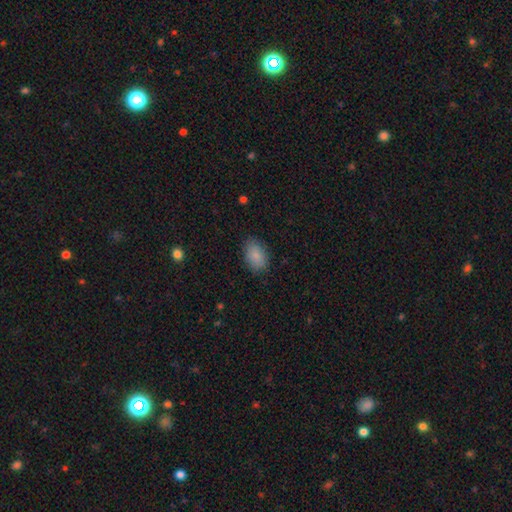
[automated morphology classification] Smooth or featured?
  - smooth: 87% *
  - star or artifact: 7%
  - featured or disk: 6%
How rounded?
  - in between: 89% *
  - round: 10%
  - cigar-shaped: 1%
Merging?
  - none: 83% *
  - minor disturbance: 13%
  - major disturbance: 3%
  - merger: 1%